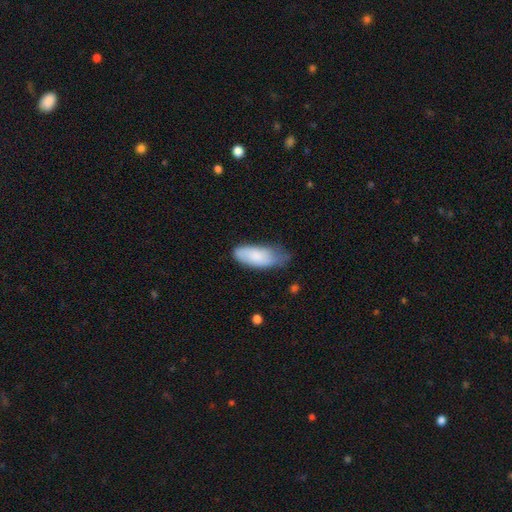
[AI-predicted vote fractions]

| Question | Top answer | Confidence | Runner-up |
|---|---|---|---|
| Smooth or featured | smooth | 79% | featured or disk (14%) |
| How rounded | in between | 82% | cigar-shaped (17%) |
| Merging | none | 48% | minor disturbance (41%) |